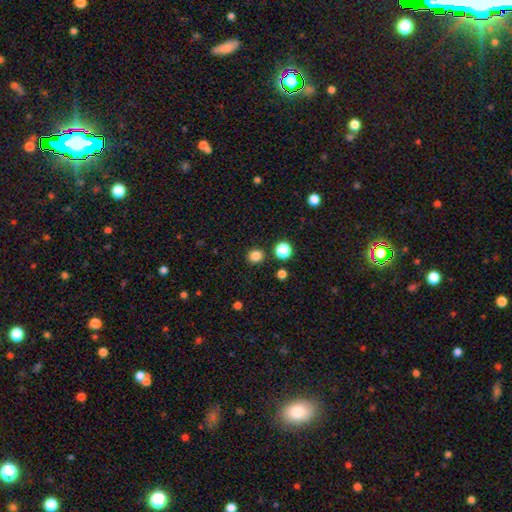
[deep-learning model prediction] This is clearly a smooth galaxy (83%). How rounded: clearly round (88%). Merging: clearly none (89%).